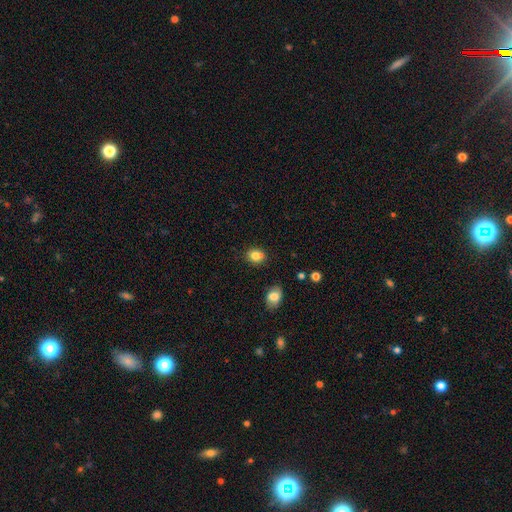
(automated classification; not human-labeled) Smooth or featured: smooth — 81% (star or artifact — 11%)
How rounded: round — 55% (in between — 44%)
Merging: none — 65% (merger — 16%)